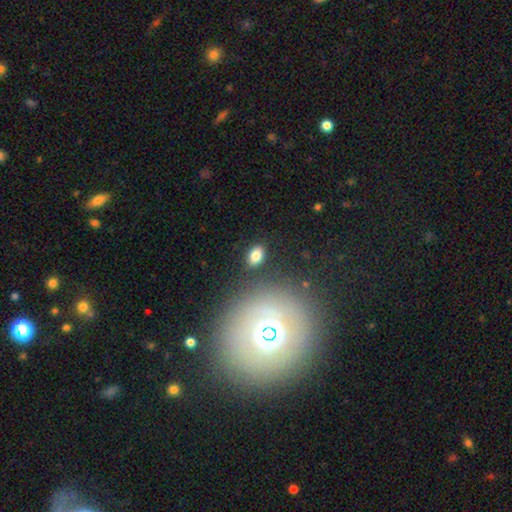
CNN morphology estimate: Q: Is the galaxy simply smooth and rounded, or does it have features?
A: smooth — 80%.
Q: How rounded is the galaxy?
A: in between — 84%.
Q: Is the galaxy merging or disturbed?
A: none — 84%.